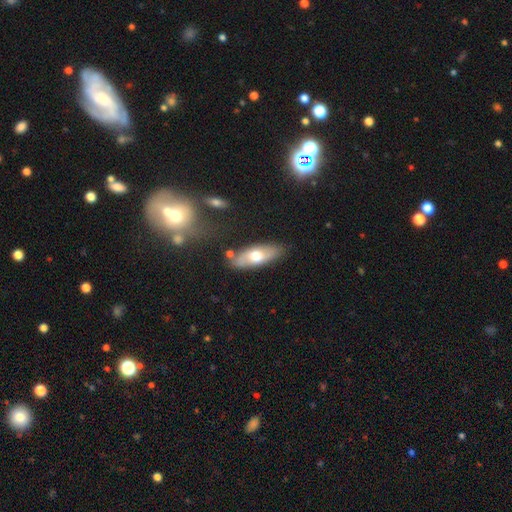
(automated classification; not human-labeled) The model was most divided on "smooth or featured": smooth: 58%, featured or disk: 36%, star or artifact: 6%. More confident: merging — none (80%); how rounded — in between (72%).